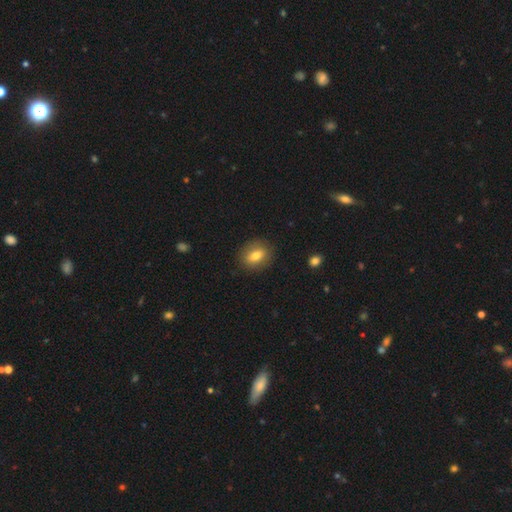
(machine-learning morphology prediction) smooth 73%, featured or disk 18%, star or artifact 9%. Down the decision tree: how rounded — in between (60%); merging — none (85%).